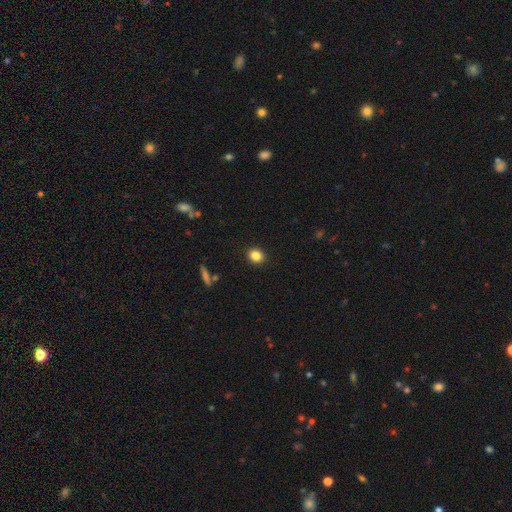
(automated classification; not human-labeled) smooth-or-featured: smooth: 84% | star or artifact: 11% | featured or disk: 5%
  how-rounded: round: 73% | in between: 25% | cigar-shaped: 1%
  merging: none: 91% | minor disturbance: 6% | major disturbance: 2% | merger: 1%